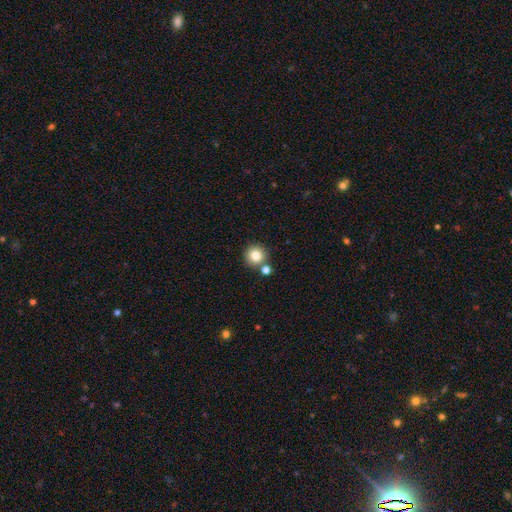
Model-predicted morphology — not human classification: type=smooth (82%); roundness=round (95%); merging=none (77%).